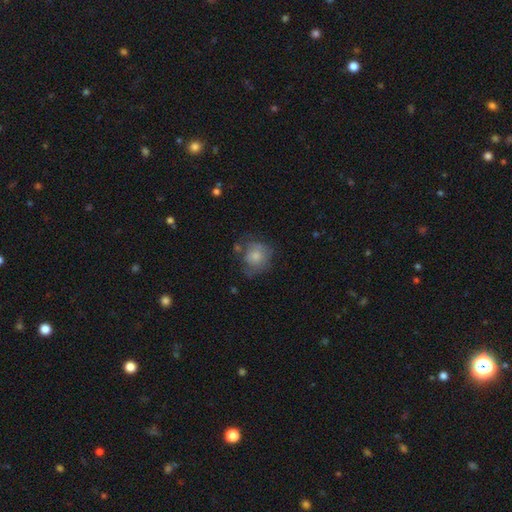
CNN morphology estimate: A smooth galaxy with no disk features (70%) that is round (78%).

Vote fractions:
- Smooth or featured? smooth: 70% / featured or disk: 22% / star or artifact: 8%
- How rounded? round: 78% / in between: 21% / cigar-shaped: 1%
- Merging? none: 50% / minor disturbance: 28% / major disturbance: 16% / merger: 5%